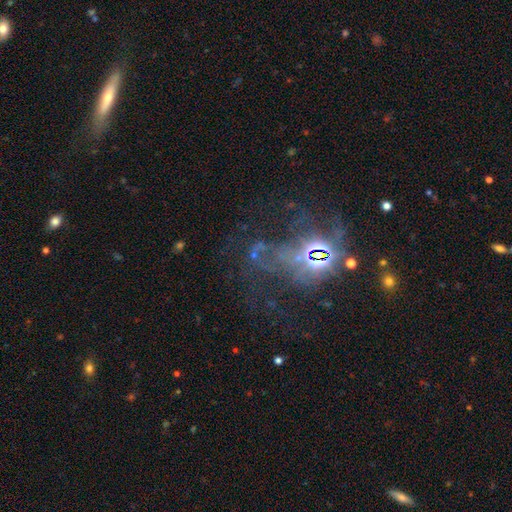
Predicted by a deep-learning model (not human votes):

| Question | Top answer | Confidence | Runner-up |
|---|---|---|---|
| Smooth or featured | star or artifact | 59% | featured or disk (27%) |